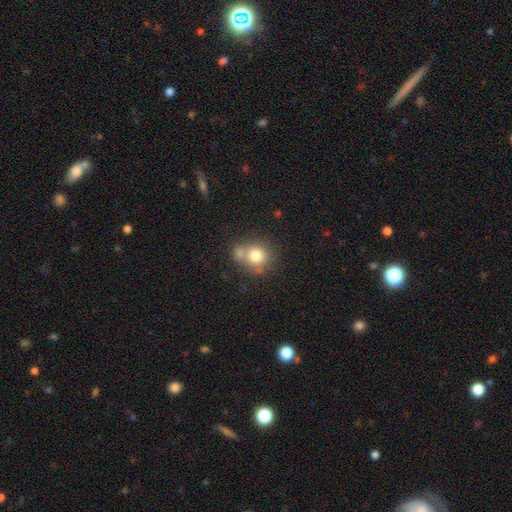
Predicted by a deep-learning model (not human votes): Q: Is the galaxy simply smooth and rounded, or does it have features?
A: smooth — 77%.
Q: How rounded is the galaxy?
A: round — 84%.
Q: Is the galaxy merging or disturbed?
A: none — 51%.